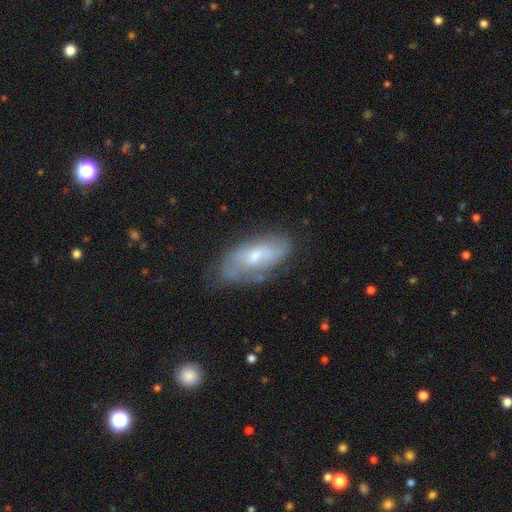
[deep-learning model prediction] A featured or disk galaxy (53%).

Vote fractions:
- Smooth or featured? featured or disk: 53% / smooth: 40% / star or artifact: 8%
- Edge-on disk? no: 87% / yes: 13%
- Merging? none: 58% / minor disturbance: 28% / major disturbance: 11% / merger: 3%